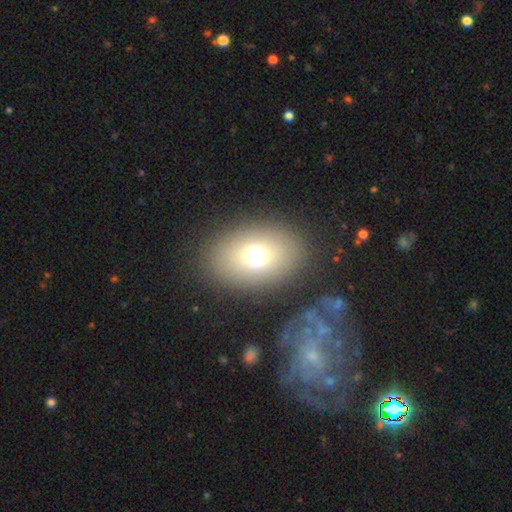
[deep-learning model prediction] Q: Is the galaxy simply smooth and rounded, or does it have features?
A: smooth — 70%.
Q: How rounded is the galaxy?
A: in between — 73%.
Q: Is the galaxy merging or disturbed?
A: none — 83%.